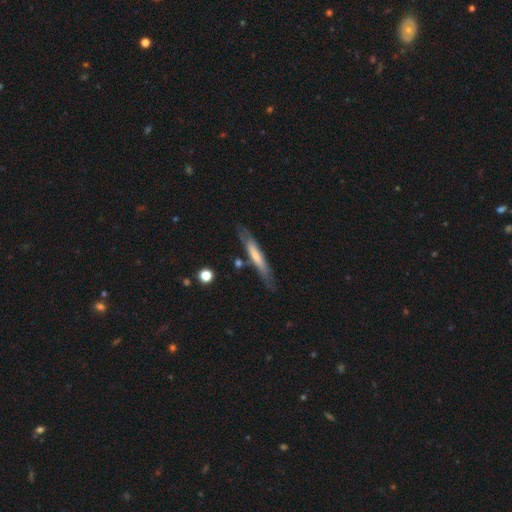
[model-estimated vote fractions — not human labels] A smooth galaxy with no disk features (52%) that is cigar-shaped (91%).

Vote fractions:
- Smooth or featured? smooth: 52% / featured or disk: 42% / star or artifact: 6%
- How rounded? cigar-shaped: 91% / in between: 8% / round: 1%
- Merging? none: 72% / minor disturbance: 18% / major disturbance: 5% / merger: 5%